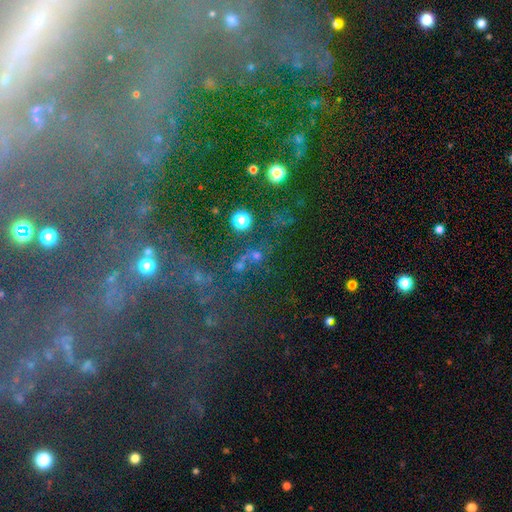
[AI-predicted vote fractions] Overall: star or artifact (51%; smooth 34%).